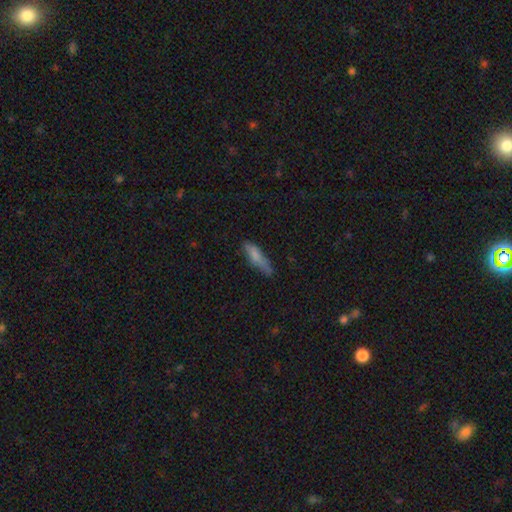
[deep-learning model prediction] A smooth galaxy with no disk features (74%) that is cigar-shaped (68%). Merging: none (56%).